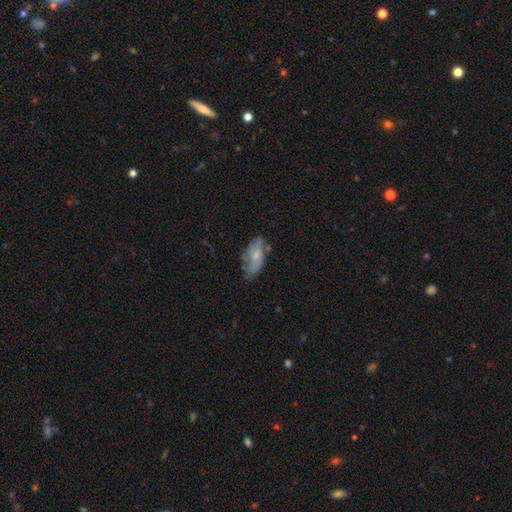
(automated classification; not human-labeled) A smooth galaxy with no disk features (55%) that is in between round and cigar-shaped (87%). Merging: none (53%).